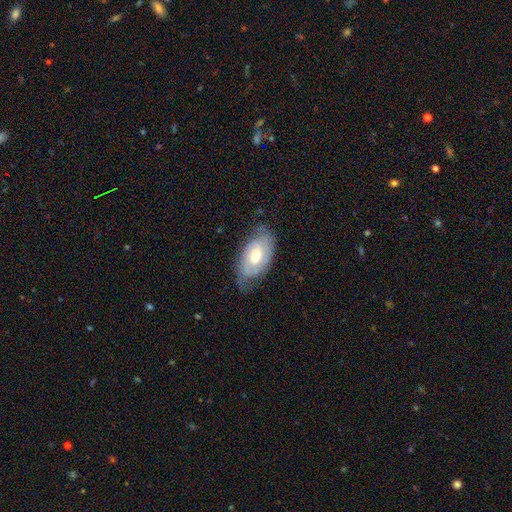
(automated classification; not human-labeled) Q: Smooth or featured?
A: featured or disk (61%); runner-up: smooth (34%)
Q: Edge-on disk?
A: no (92%); runner-up: yes (8%)
Q: Bar?
A: no (63%); runner-up: weak (32%)
Q: Spiral arms?
A: yes (77%); runner-up: no (23%)
Q: Bulge size?
A: moderate (64%); runner-up: small (23%)
Q: Merging?
A: none (57%); runner-up: minor disturbance (31%)